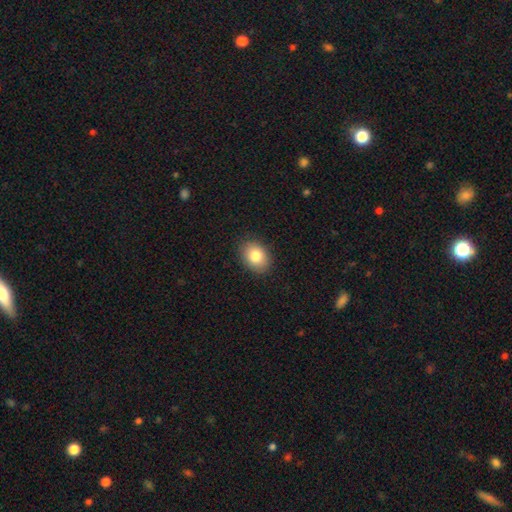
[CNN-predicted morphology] Smooth or featured? Predicted: smooth (p=0.82). How rounded? Predicted: in between (p=0.64). Merging? Predicted: none (p=0.89).